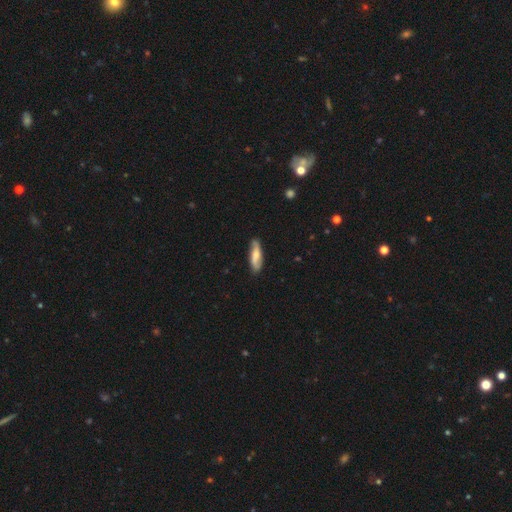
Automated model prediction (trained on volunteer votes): Smooth or featured? smooth (53%)
How rounded? cigar-shaped (51%)
Merging? none (81%)